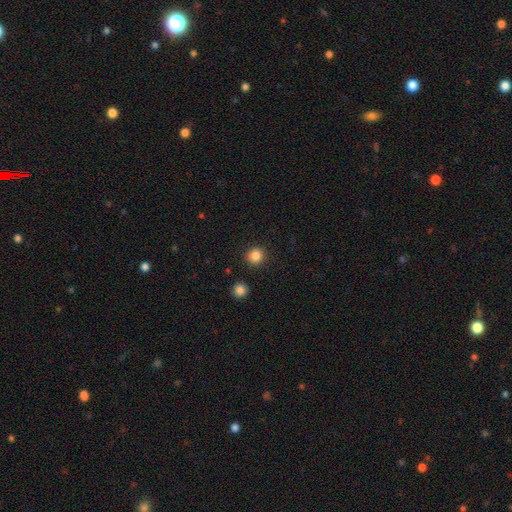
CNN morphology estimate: Overall: smooth (85%). How rounded: round (87%). Merging: none (91%).